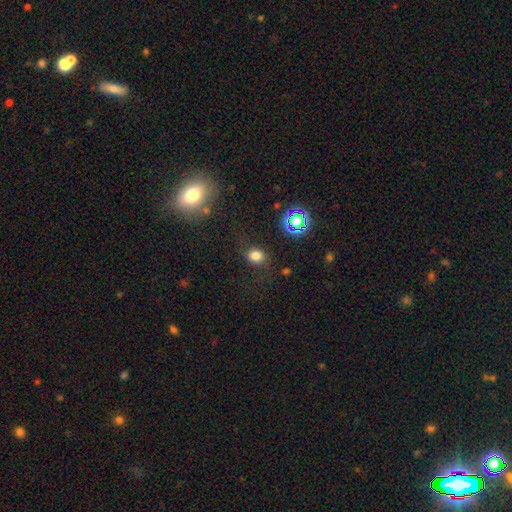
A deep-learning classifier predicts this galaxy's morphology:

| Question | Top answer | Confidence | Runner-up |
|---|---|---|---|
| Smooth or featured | smooth | 74% | star or artifact (17%) |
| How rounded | round | 52% | in between (46%) |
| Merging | none | 74% | minor disturbance (15%) |